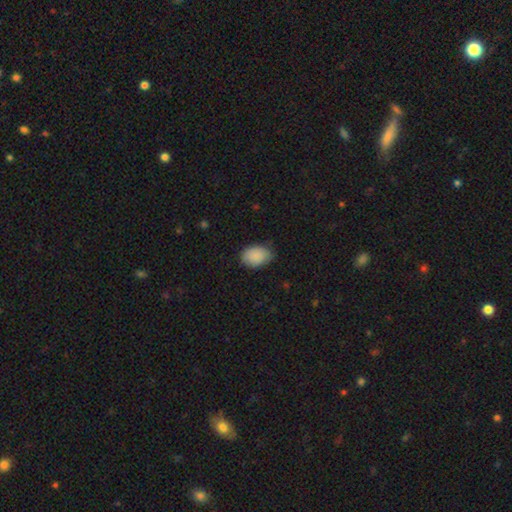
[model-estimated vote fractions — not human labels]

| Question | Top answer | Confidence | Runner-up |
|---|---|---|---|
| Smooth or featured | smooth | 89% | star or artifact (7%) |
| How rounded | in between | 83% | round (16%) |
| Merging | none | 70% | minor disturbance (25%) |